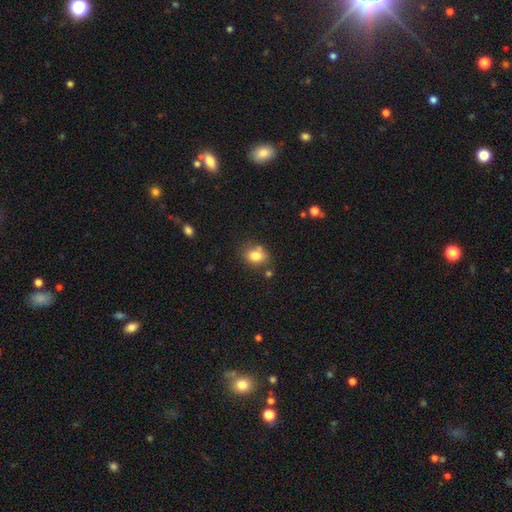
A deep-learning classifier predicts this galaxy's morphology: Smooth or featured? smooth (81%)
How rounded? in between (50%)
Merging? none (67%)